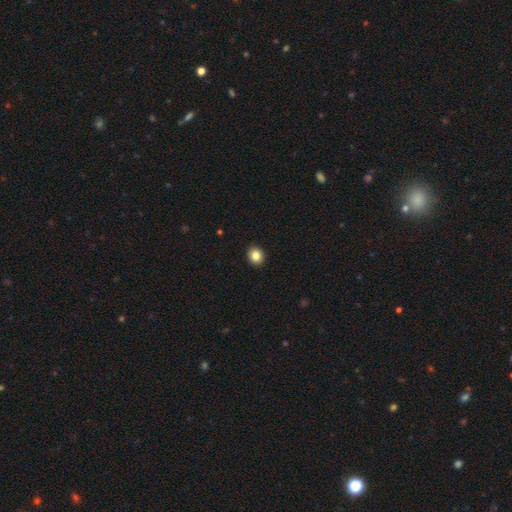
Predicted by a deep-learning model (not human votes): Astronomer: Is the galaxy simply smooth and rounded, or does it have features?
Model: smooth — 85%.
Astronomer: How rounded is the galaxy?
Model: round — 71%.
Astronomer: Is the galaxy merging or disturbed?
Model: none — 93%.